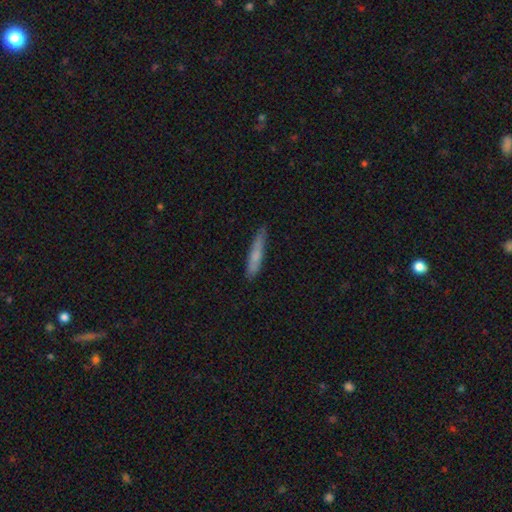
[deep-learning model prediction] A smooth galaxy with no disk features (71%) that is cigar-shaped (91%).

Vote fractions:
- Smooth or featured? smooth: 71% / featured or disk: 23% / star or artifact: 6%
- How rounded? cigar-shaped: 91% / in between: 7% / round: 1%
- Merging? none: 81% / minor disturbance: 15% / major disturbance: 2% / merger: 1%